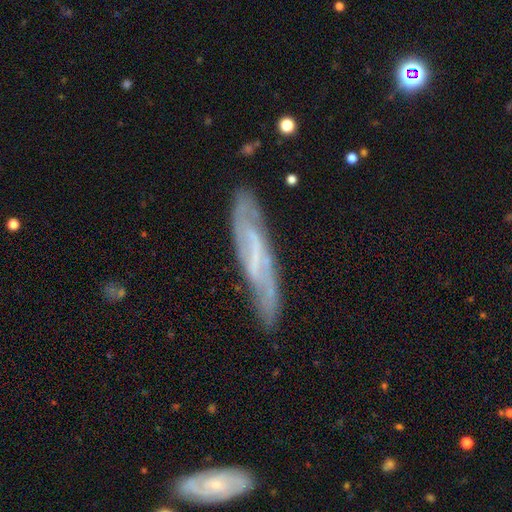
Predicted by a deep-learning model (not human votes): Q: Smooth or featured?
A: featured or disk (73%); runner-up: smooth (20%)
Q: Edge-on disk?
A: no (56%); runner-up: yes (44%)
Q: Merging?
A: none (75%); runner-up: minor disturbance (17%)